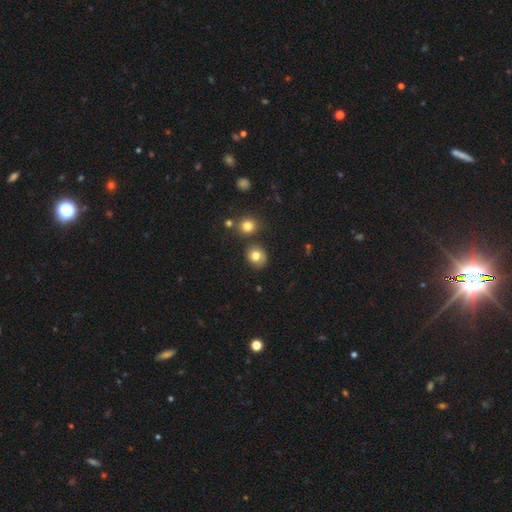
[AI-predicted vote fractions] Morphology: type=smooth (79%); roundness=round (80%); merging=none (80%).